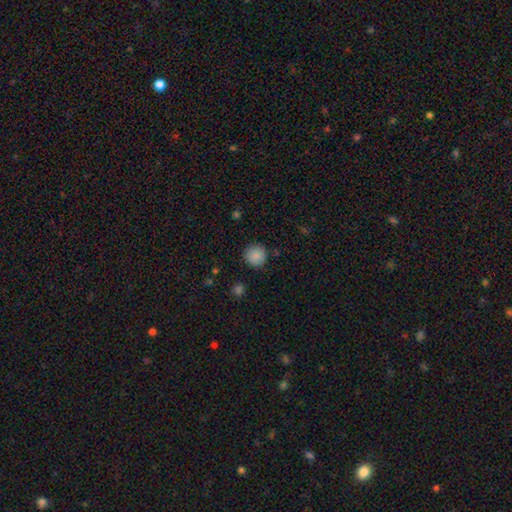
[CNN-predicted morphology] This is clearly a smooth galaxy (87%). How rounded: clearly round (94%). Merging: clearly none (89%).